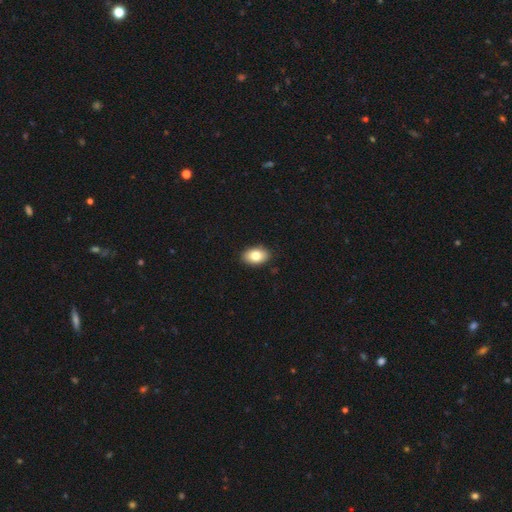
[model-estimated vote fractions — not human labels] Smooth or featured: smooth — 81% (featured or disk — 11%)
How rounded: in between — 89% (round — 10%)
Merging: none — 90% (minor disturbance — 8%)